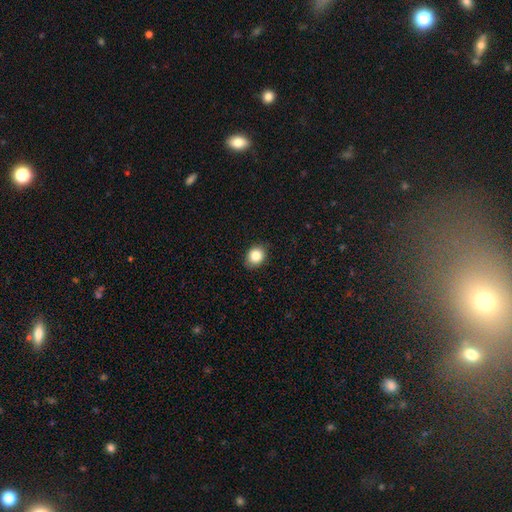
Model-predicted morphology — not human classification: This appears to be a smooth galaxy with no disk features (85%) that is round (56%). Merging: none (86%).